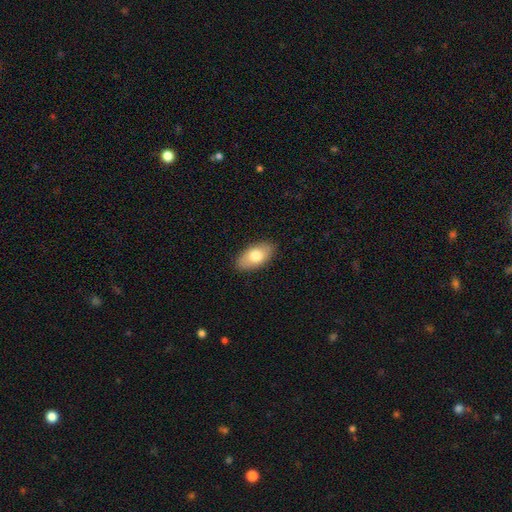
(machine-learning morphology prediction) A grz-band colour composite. It shows a smooth galaxy with no disk features (75%) that is in between round and cigar-shaped (93%). Merging: none (87%).